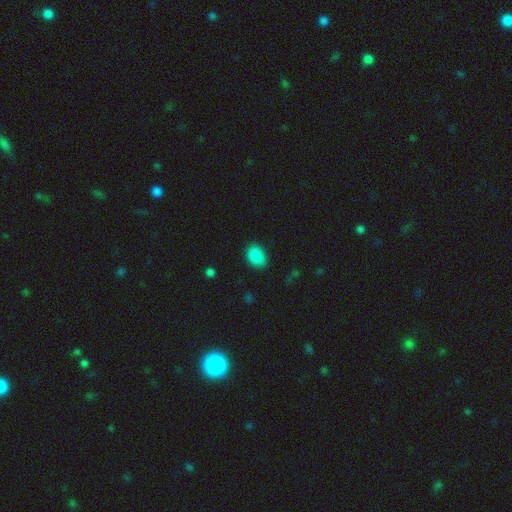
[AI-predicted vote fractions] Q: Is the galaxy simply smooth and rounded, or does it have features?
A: smooth — 88%.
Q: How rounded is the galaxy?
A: in between — 78%.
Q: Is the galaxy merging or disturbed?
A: none — 85%.